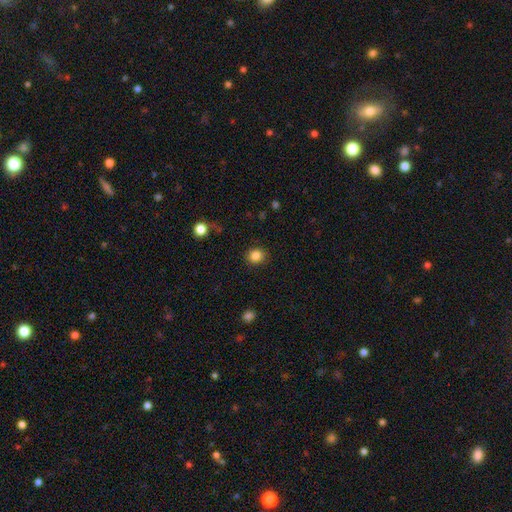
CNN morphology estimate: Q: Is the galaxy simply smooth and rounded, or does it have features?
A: smooth — 85%.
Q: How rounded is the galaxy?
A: round — 79%.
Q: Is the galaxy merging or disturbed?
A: none — 88%.